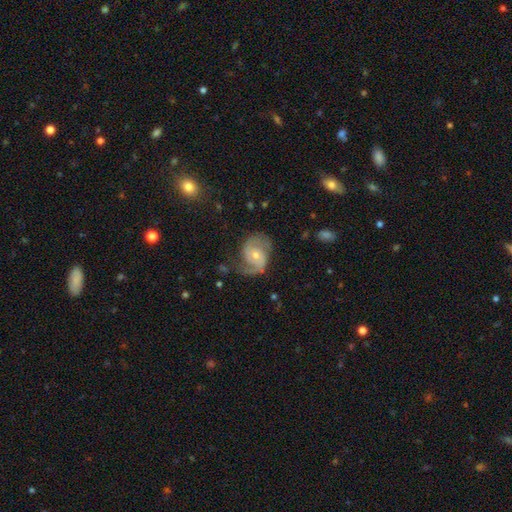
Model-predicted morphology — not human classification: featured or disk 83%, smooth 11%, star or artifact 6%. Down the decision tree: edge-on disk — no (98%); bar — no (63%); spiral arms — yes (95%); spiral arm count — 2 (86%); spiral winding — medium (50%); bulge size — small (49%); merging — none (62%).